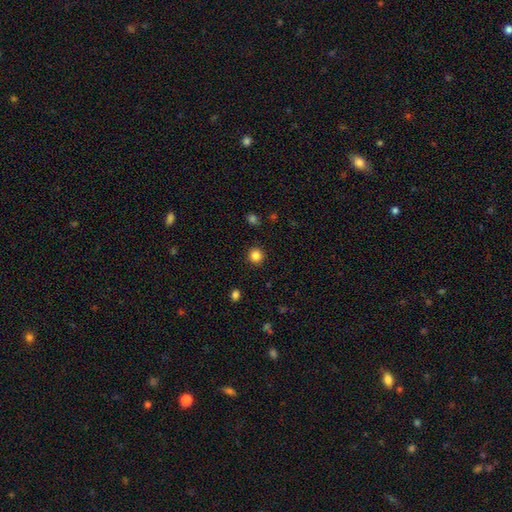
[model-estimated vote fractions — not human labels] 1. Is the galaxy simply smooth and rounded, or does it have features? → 85% smooth, 11% star or artifact, 4% featured or disk.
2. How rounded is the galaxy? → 93% round, 6% in between, 1% cigar-shaped.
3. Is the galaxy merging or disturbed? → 91% none, 5% minor disturbance, 2% major disturbance, 1% merger.